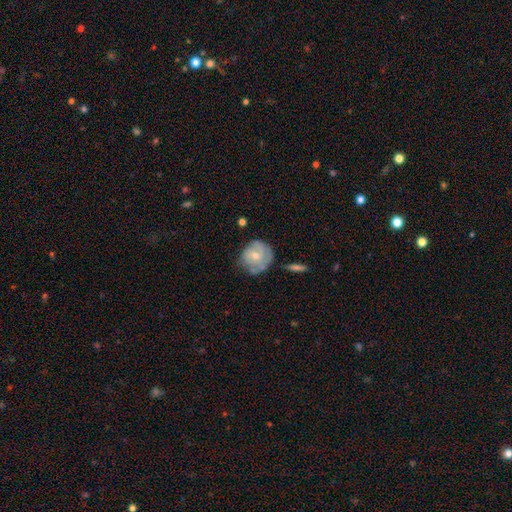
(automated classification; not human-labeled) featured or disk 50%, smooth 44%, star or artifact 7%. Down the decision tree: merging — none (55%).